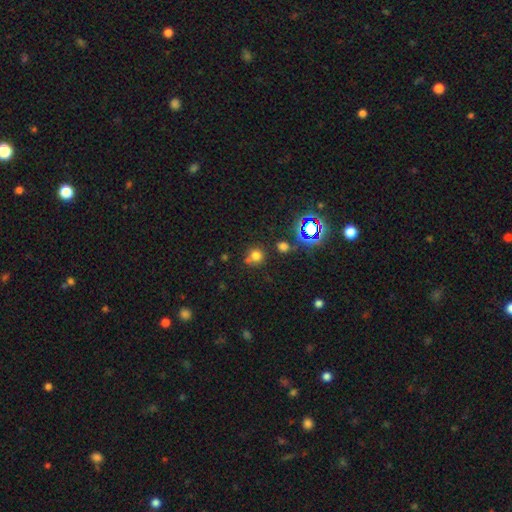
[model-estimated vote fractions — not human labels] Overall: smooth (69%). How rounded: round (89%). Merging: none (66%).